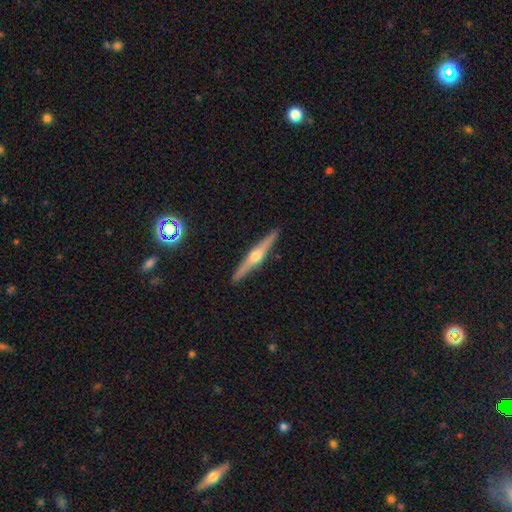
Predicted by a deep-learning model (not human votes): This is likely a featured or disk galaxy (79%). It is clearly viewed edge-on (98%). Edge-on bulge: clearly rounded (93%). Merging: clearly none (92%).